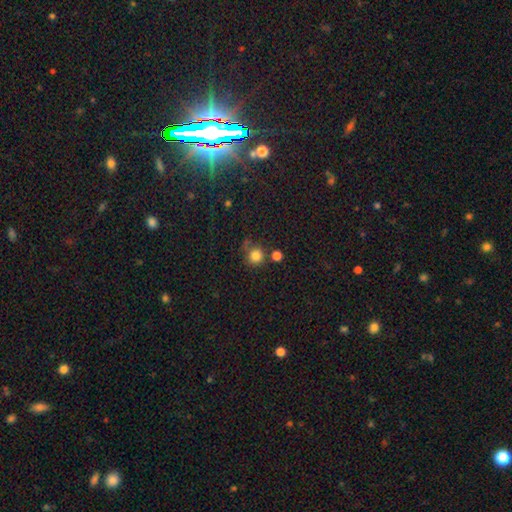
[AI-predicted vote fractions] smooth 82%, star or artifact 13%, featured or disk 5%. Down the decision tree: how rounded — round (92%); merging — none (69%).